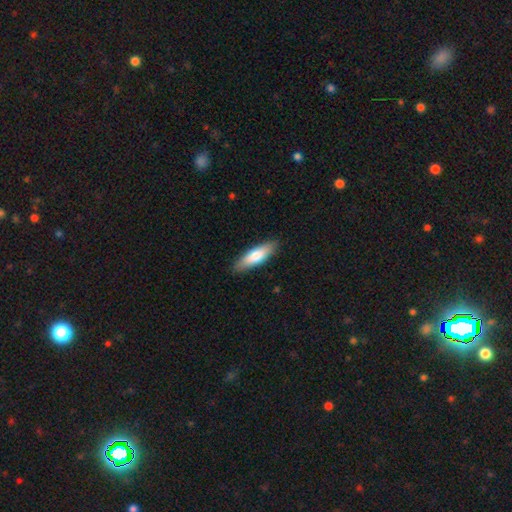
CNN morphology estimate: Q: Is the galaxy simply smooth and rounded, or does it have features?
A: smooth — 73%.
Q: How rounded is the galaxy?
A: cigar-shaped — 53%.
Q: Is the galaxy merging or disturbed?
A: none — 88%.